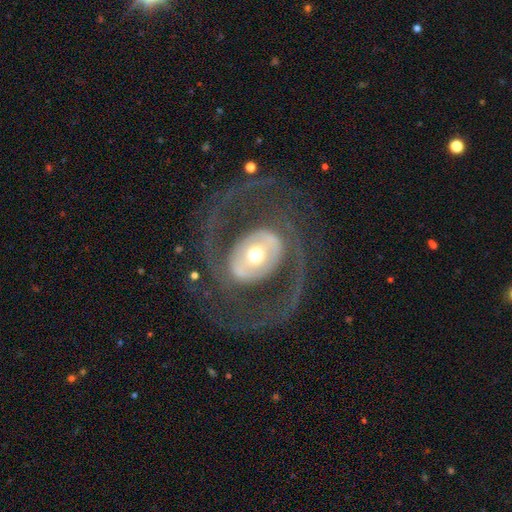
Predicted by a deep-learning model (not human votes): A featured or disk galaxy (82%) with no bar (53%), 2 (84%) medium (47%) spiral arms (75%) and a moderate central bulge (63%).

Vote fractions:
- Smooth or featured? featured or disk: 82% / smooth: 13% / star or artifact: 5%
- Edge-on disk? no: 96% / yes: 4%
- Bar? no: 53% / weak: 25% / strong: 22%
- Spiral arms? yes: 75% / no: 25%
- Spiral winding? medium: 47% / loose: 30% / tight: 23%
- Spiral arm count? 2: 84% / can't tell: 7% / 1: 4% / 3: 2% / 4: 1% / more than 4: 1%
- Bulge size? moderate: 63% / large: 18% / small: 15% / dominant: 3% / none: 1%
- Merging? none: 69% / major disturbance: 18% / minor disturbance: 11% / merger: 2%